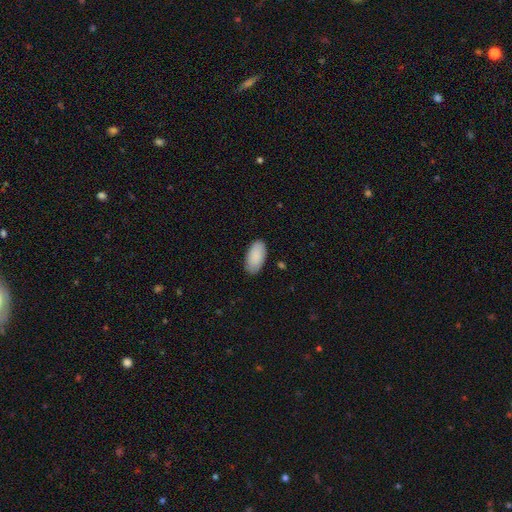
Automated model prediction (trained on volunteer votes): This appears to be a smooth galaxy with no disk features (89%) that is in between round and cigar-shaped (95%). Merging: none (86%).